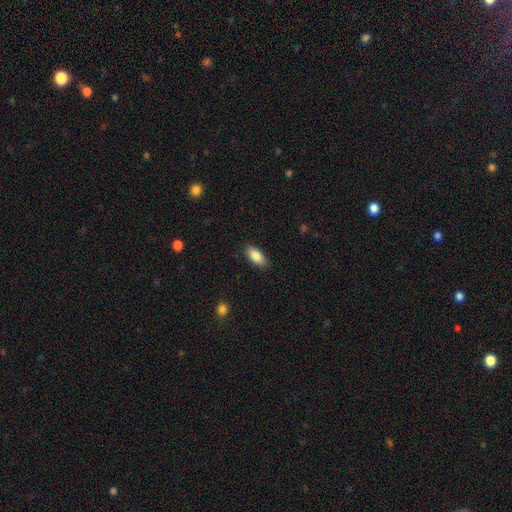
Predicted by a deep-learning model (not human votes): smooth 87%, featured or disk 7%, star or artifact 6%. Down the decision tree: how rounded — in between (88%); merging — none (87%).